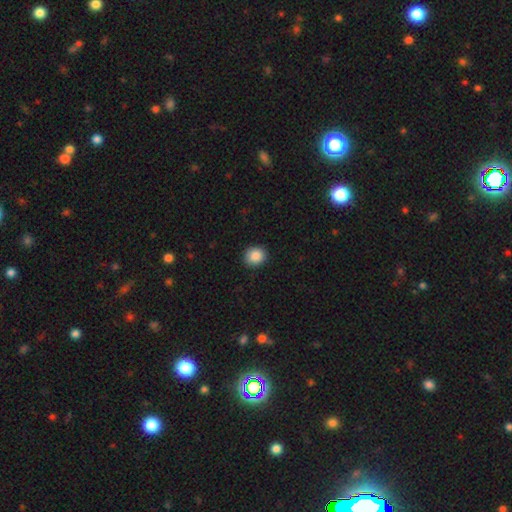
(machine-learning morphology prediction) Smooth or featured? smooth (88%)
How rounded? round (75%)
Merging? none (89%)